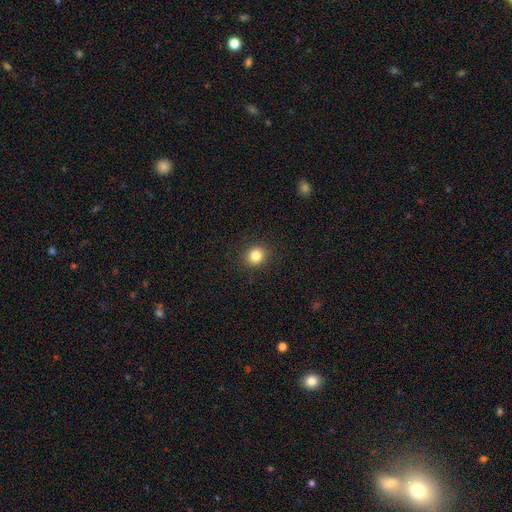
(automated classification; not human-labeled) smooth 83%, star or artifact 12%, featured or disk 6%. Down the decision tree: how rounded — round (84%); merging — none (90%).